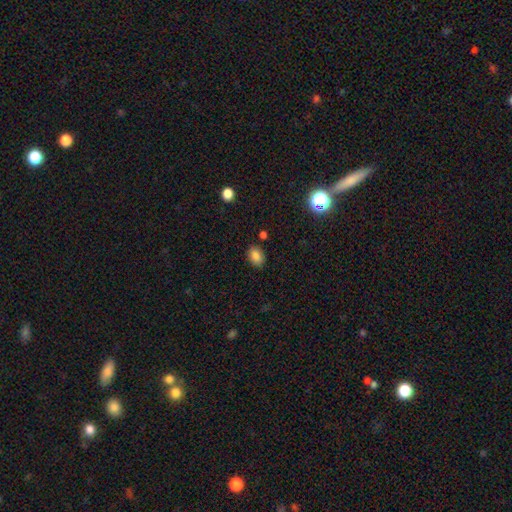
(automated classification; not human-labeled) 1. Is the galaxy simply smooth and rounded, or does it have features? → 84% smooth, 10% star or artifact, 6% featured or disk.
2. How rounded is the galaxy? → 75% in between, 24% round, 1% cigar-shaped.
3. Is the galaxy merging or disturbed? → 84% none, 11% minor disturbance, 3% merger, 3% major disturbance.